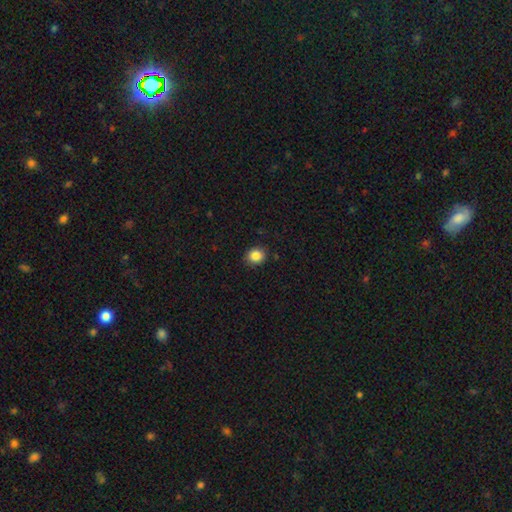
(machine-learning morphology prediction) Q: Smooth or featured?
A: smooth (86%); runner-up: star or artifact (10%)
Q: How rounded?
A: round (74%); runner-up: in between (25%)
Q: Merging?
A: none (89%); runner-up: minor disturbance (8%)